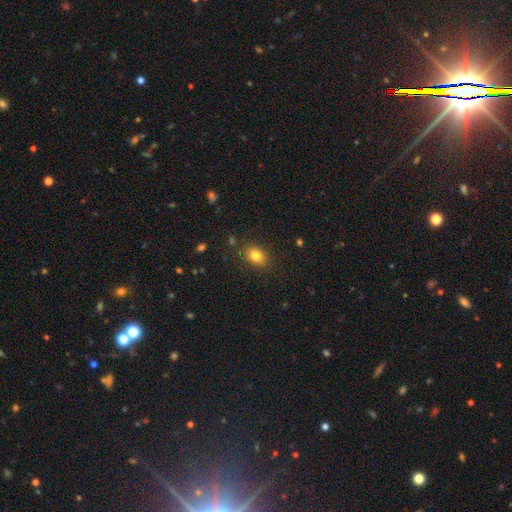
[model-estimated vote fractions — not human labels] Smooth or featured? Predicted: smooth (p=0.81). How rounded? Predicted: in between (p=0.77). Merging? Predicted: none (p=0.85).